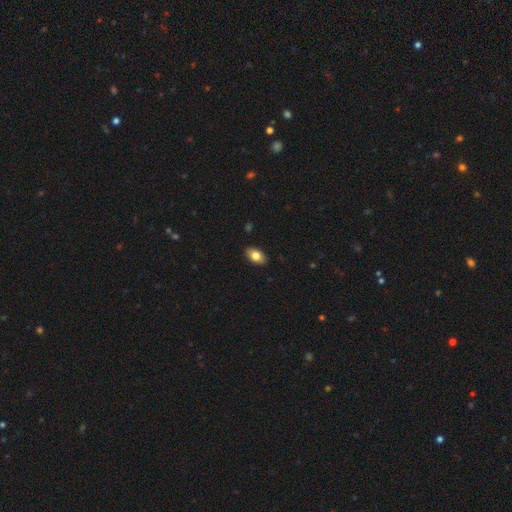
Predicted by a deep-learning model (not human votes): This is clearly a smooth galaxy (82%). How rounded: clearly in between (90%). Merging: clearly none (89%).